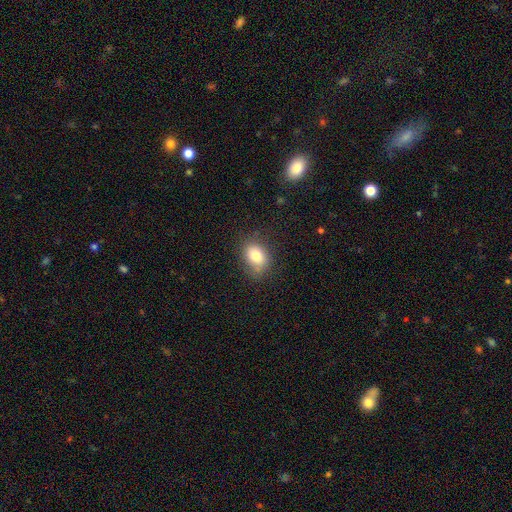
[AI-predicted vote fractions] Overall: smooth (79%). How rounded: in between (68%; round 31%). Merging: none (73%).